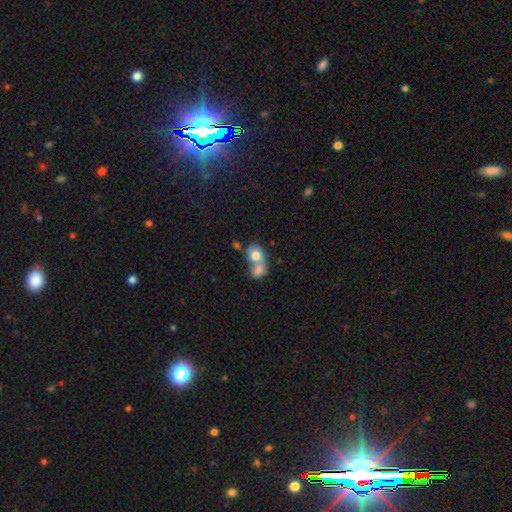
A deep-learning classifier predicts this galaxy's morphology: Q: Smooth or featured?
A: smooth (74%); runner-up: featured or disk (17%)
Q: How rounded?
A: round (59%); runner-up: in between (40%)
Q: Merging?
A: merger (74%); runner-up: none (17%)